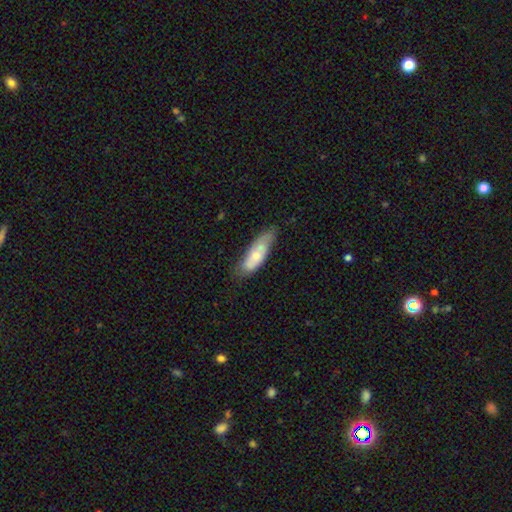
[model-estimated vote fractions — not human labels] Q: Smooth or featured?
A: smooth (56%); runner-up: featured or disk (38%)
Q: How rounded?
A: in between (61%); runner-up: cigar-shaped (37%)
Q: Merging?
A: none (61%); runner-up: minor disturbance (29%)